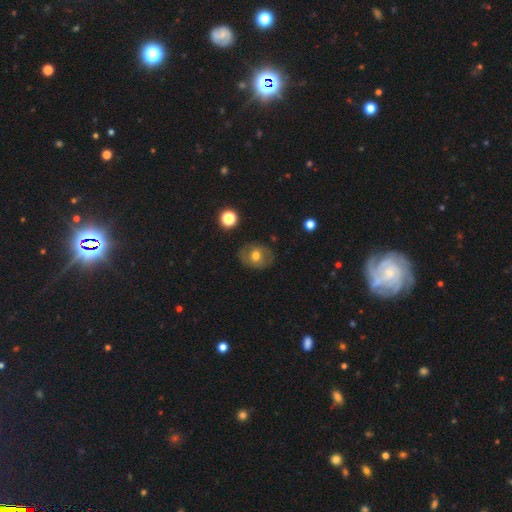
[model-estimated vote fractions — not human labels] smooth_or_featured: smooth (p=0.56) [alt: featured or disk p=0.35]
how_rounded: round (p=0.54) [alt: in between p=0.45]
merging: none (p=0.81) [alt: minor disturbance p=0.13]